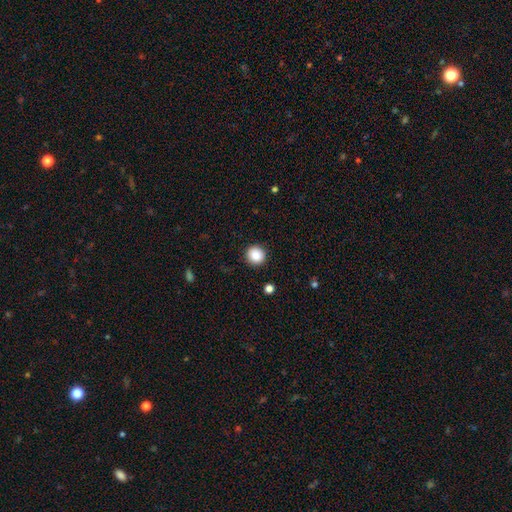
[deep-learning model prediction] smooth_or_featured: smooth (p=0.87) [alt: star or artifact p=0.09]
how_rounded: round (p=0.93) [alt: in between p=0.06]
merging: none (p=0.92) [alt: minor disturbance p=0.05]